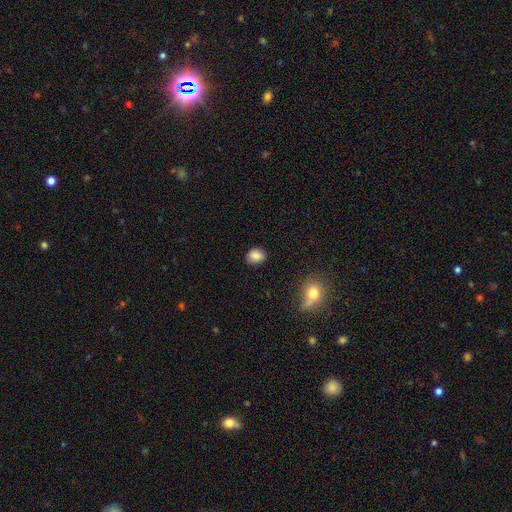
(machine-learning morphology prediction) Overall: smooth (85%). How rounded: in between (50%; round 49%). Merging: none (83%).